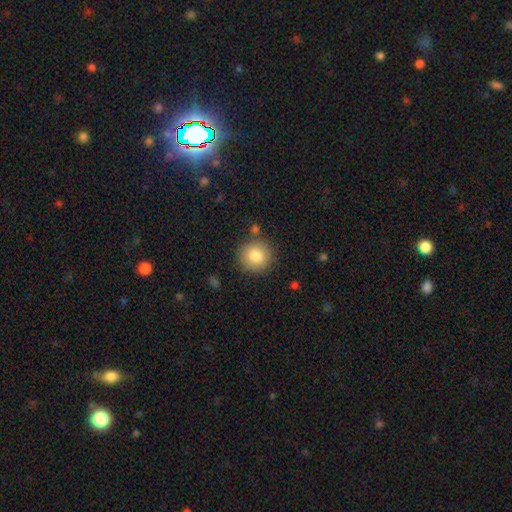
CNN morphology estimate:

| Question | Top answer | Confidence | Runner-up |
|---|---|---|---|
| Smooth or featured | smooth | 82% | featured or disk (9%) |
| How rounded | round | 92% | in between (7%) |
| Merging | none | 84% | minor disturbance (9%) |